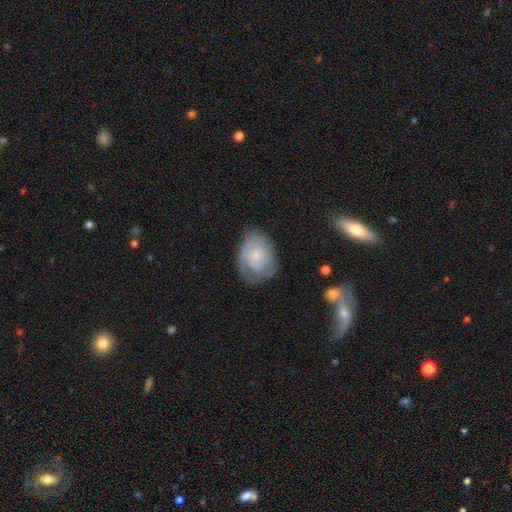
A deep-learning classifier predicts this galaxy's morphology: The model was most divided on "smooth or featured": featured or disk: 52%, smooth: 41%, star or artifact: 8%. More confident: edge-on disk — no (97%); bar — no (79%); spiral arms — yes (75%); bulge size — small (72%); merging — none (61%).